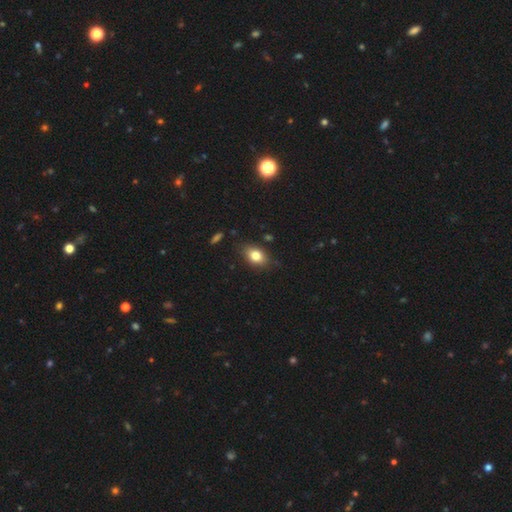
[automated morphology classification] smooth 80%, featured or disk 10%, star or artifact 9%. Down the decision tree: how rounded — in between (80%); merging — none (81%).